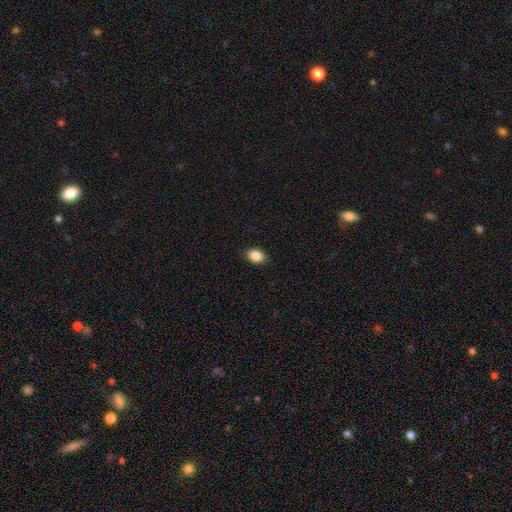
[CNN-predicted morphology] smooth_or_featured: smooth (p=0.88) [alt: star or artifact p=0.08]
how_rounded: in between (p=0.73) [alt: round p=0.26]
merging: none (p=0.88) [alt: minor disturbance p=0.09]